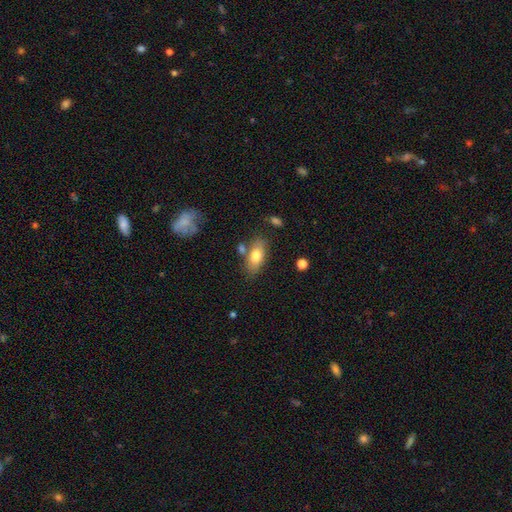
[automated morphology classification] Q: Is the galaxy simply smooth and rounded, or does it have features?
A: smooth — 75%.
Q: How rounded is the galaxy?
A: in between — 87%.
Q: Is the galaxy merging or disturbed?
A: none — 72%.